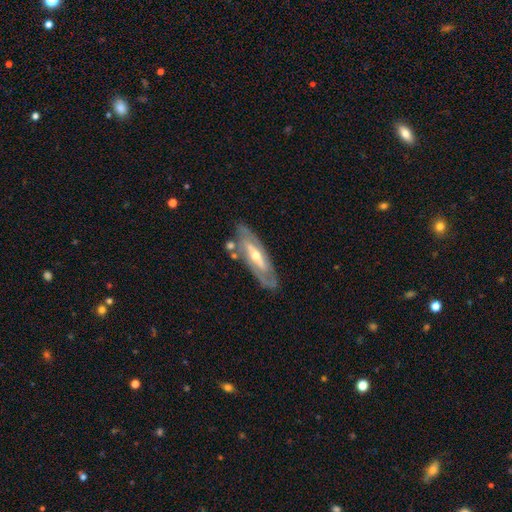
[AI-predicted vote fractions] smooth-or-featured: featured or disk: 79% | smooth: 15% | star or artifact: 6%
  disk-edge-on: no: 78% | yes: 22%
    bar: strong: 40% | weak: 33% | no: 27%
    has-spiral-arms: yes: 81% | no: 19%
    bulge-size: moderate: 52% | small: 44% | large: 2% | none: 1% | dominant: 1%
  merging: none: 77% | minor disturbance: 14% | major disturbance: 4% | merger: 4%